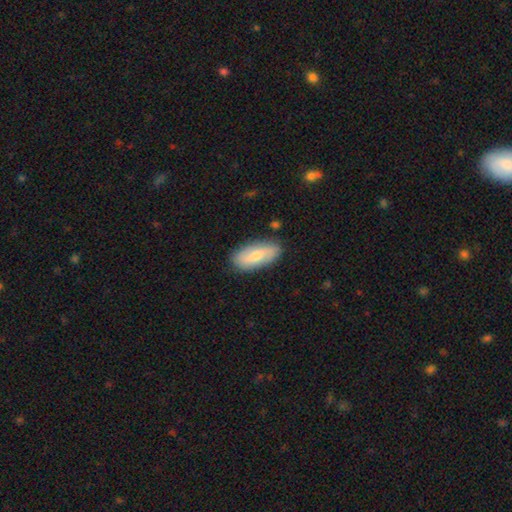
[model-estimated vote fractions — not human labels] This appears to be a smooth galaxy with no disk features (57%) that is in between round and cigar-shaped (86%). Merging: none (84%).